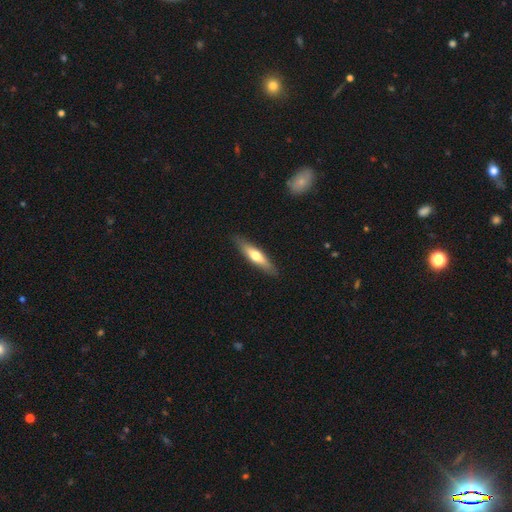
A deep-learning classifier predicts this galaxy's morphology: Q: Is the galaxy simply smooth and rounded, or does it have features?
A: smooth — 53%.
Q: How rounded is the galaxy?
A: cigar-shaped — 77%.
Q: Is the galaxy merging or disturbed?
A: none — 88%.